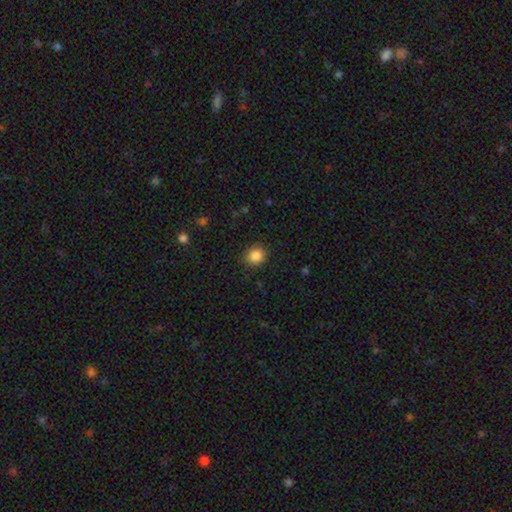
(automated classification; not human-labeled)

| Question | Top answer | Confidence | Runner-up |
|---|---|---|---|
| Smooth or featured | smooth | 86% | star or artifact (10%) |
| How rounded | round | 75% | in between (24%) |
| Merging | none | 86% | minor disturbance (10%) |